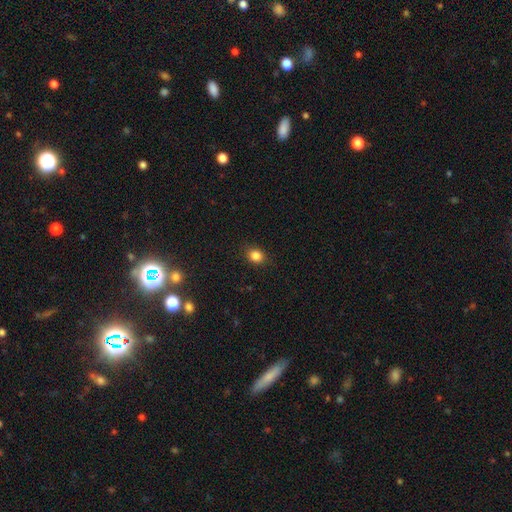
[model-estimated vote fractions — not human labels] A smooth galaxy with no disk features (84%) that is round (64%). Merging: none (88%).